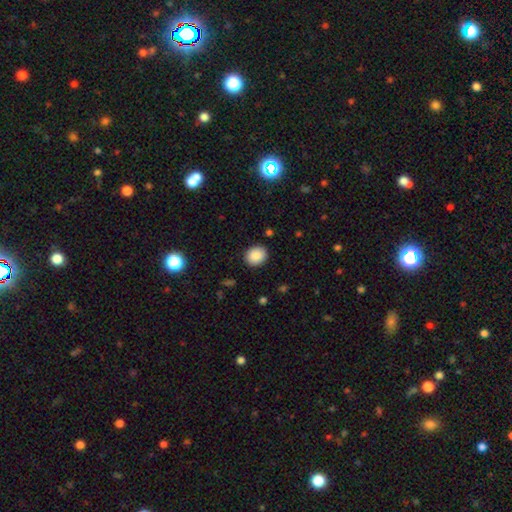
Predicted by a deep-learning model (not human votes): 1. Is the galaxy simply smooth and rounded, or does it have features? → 87% smooth, 9% star or artifact, 4% featured or disk.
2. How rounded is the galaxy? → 67% round, 32% in between, 1% cigar-shaped.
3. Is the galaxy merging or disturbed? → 89% none, 8% minor disturbance, 2% major disturbance, 1% merger.